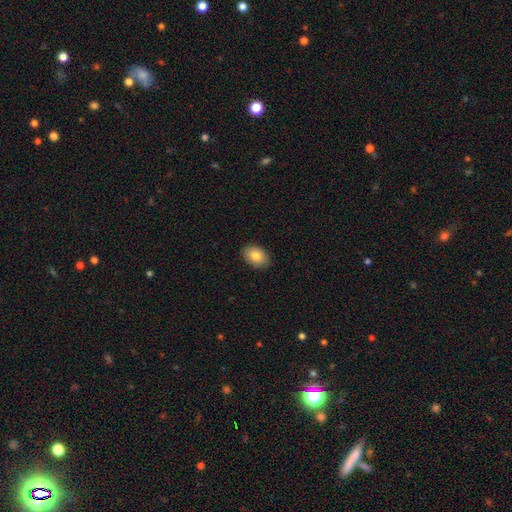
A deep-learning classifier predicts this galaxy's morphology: The model was most divided on "how rounded": in between: 85%, round: 14%, cigar-shaped: 1%. More confident: merging — none (89%); smooth or featured — smooth (83%).